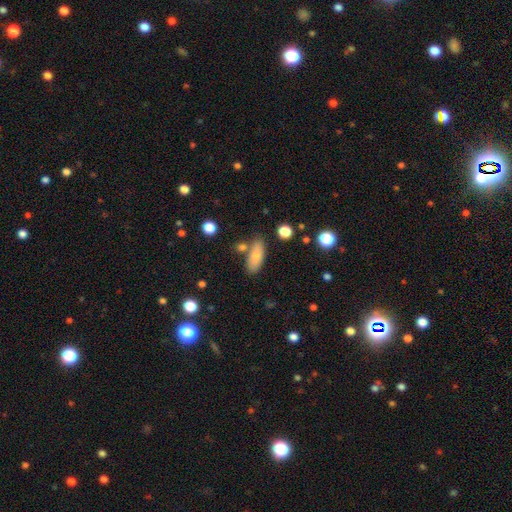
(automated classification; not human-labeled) This is likely a smooth galaxy (80%). How rounded: likely in between (72%). Merging: likely none (72%).